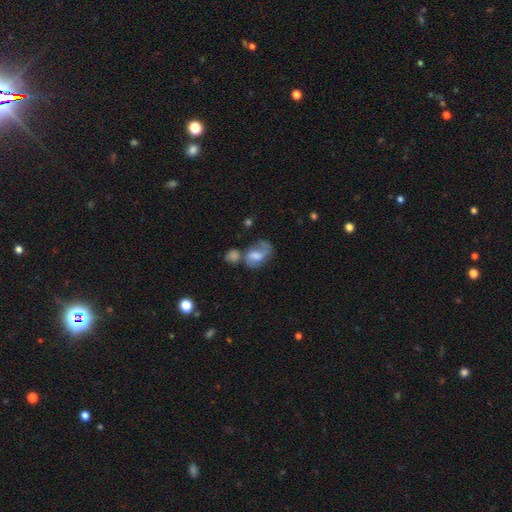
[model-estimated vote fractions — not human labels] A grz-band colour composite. It shows a smooth galaxy with no disk features (46%). Merging: merger (32%).